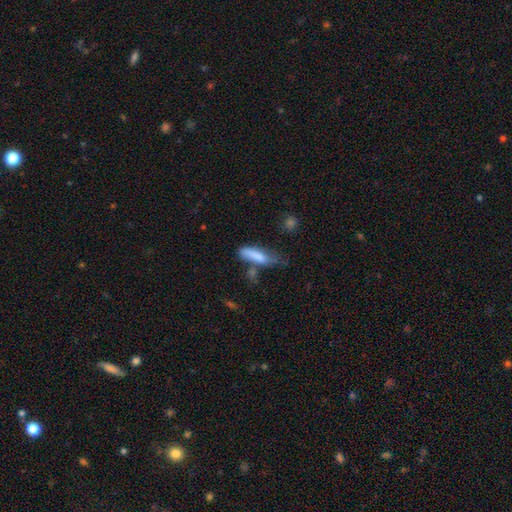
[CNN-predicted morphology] Smooth or featured? Predicted: smooth (p=0.79). How rounded? Predicted: cigar-shaped (p=0.57). Merging? Predicted: none (p=0.41).